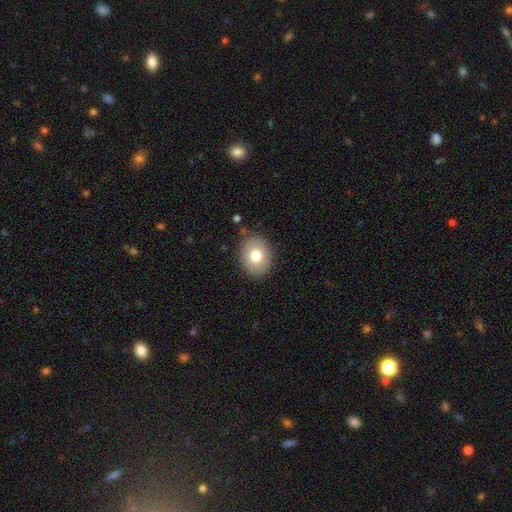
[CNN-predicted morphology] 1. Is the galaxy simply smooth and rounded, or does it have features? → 76% smooth, 15% featured or disk, 8% star or artifact.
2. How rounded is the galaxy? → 51% in between, 48% round, 1% cigar-shaped.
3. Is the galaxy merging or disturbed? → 86% none, 10% minor disturbance, 3% major disturbance, 2% merger.